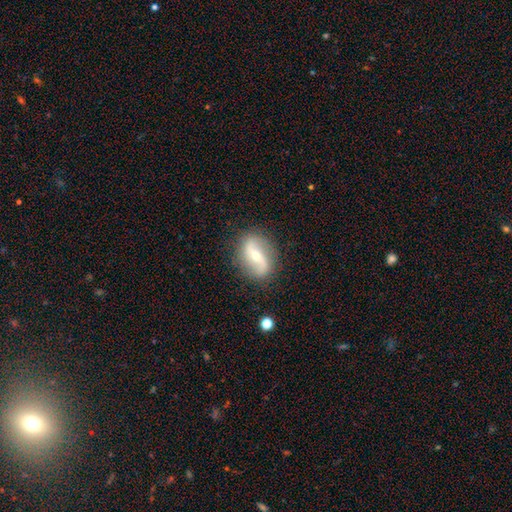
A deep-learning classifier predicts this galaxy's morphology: Smooth or featured? featured or disk (74%)
Edge-on disk? no (95%)
Bar? no (36%)
Spiral arms? yes (88%)
Spiral winding? loose (72%)
Spiral arm count? 2 (91%)
Bulge size? small (54%)
Merging? none (84%)